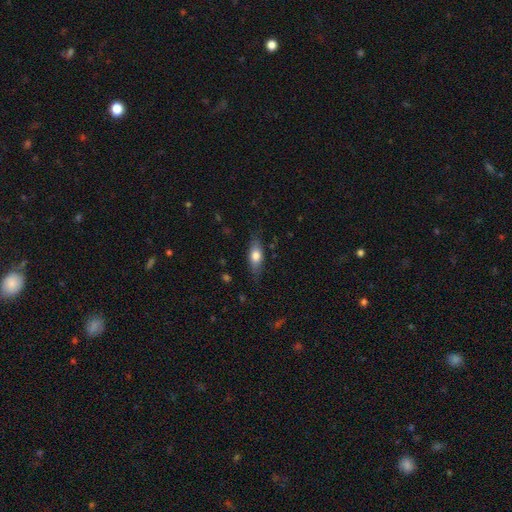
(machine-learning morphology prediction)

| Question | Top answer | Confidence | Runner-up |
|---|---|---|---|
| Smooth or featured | smooth | 69% | featured or disk (24%) |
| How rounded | in between | 71% | cigar-shaped (25%) |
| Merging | none | 79% | minor disturbance (16%) |